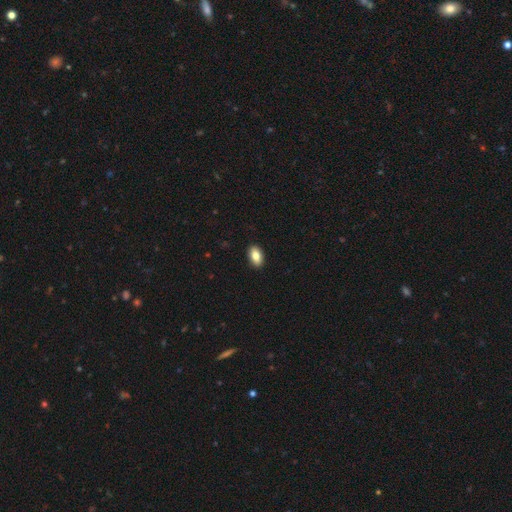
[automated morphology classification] smooth-or-featured: smooth: 84% | featured or disk: 9% | star or artifact: 7%
  how-rounded: in between: 92% | round: 6% | cigar-shaped: 3%
  merging: none: 90% | minor disturbance: 7% | major disturbance: 2% | merger: 1%